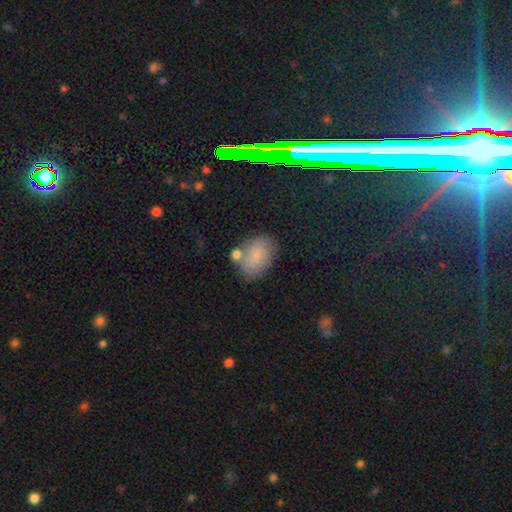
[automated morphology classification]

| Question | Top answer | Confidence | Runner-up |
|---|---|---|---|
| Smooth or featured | smooth | 75% | featured or disk (12%) |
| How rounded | in between | 78% | round (21%) |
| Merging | none | 63% | minor disturbance (18%) |